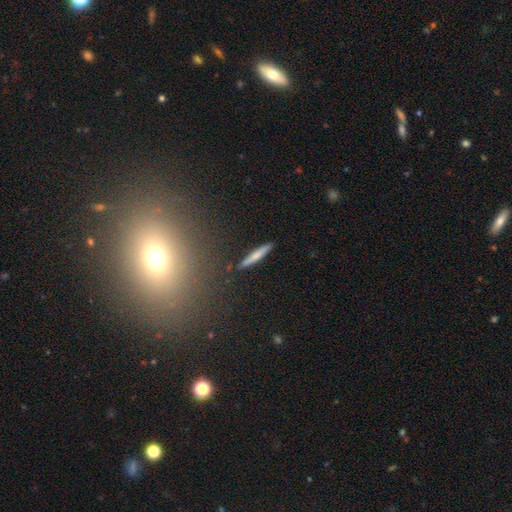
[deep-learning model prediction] Smooth or featured? Predicted: smooth (p=0.65). How rounded? Predicted: cigar-shaped (p=0.92). Merging? Predicted: none (p=0.88).